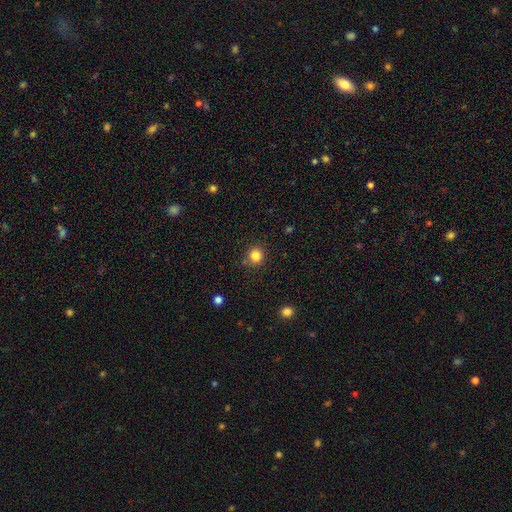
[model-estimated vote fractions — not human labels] A smooth galaxy with no disk features (83%) that is round (90%).

Vote fractions:
- Smooth or featured? smooth: 83% / star or artifact: 12% / featured or disk: 5%
- How rounded? round: 90% / in between: 10% / cigar-shaped: 1%
- Merging? none: 84% / minor disturbance: 10% / merger: 3% / major disturbance: 3%